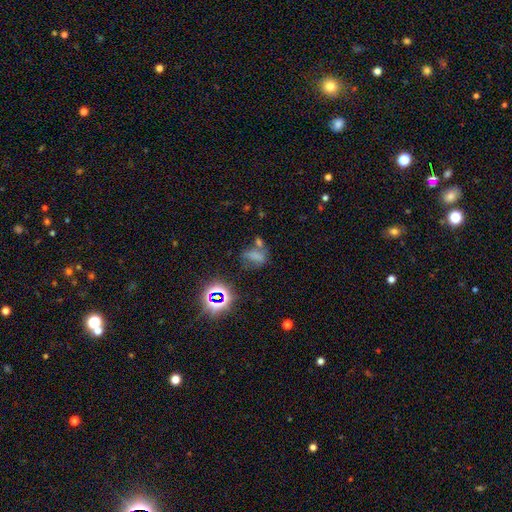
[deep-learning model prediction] This is possibly a smooth galaxy (54%). How rounded: likely in between (71%). Merging: marginally none (38%).